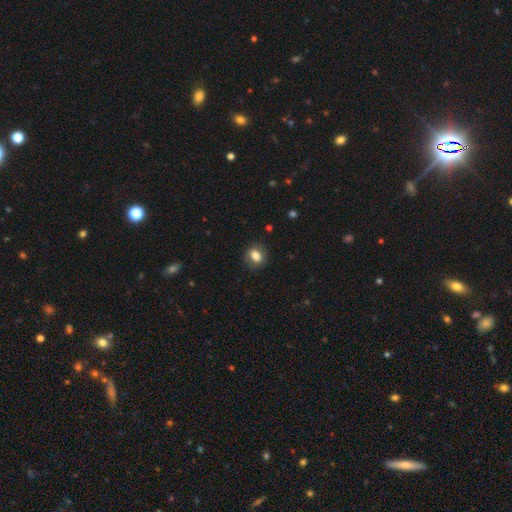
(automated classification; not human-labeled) A smooth galaxy with no disk features (81%) that is in between round and cigar-shaped (54%). Merging: none (83%).